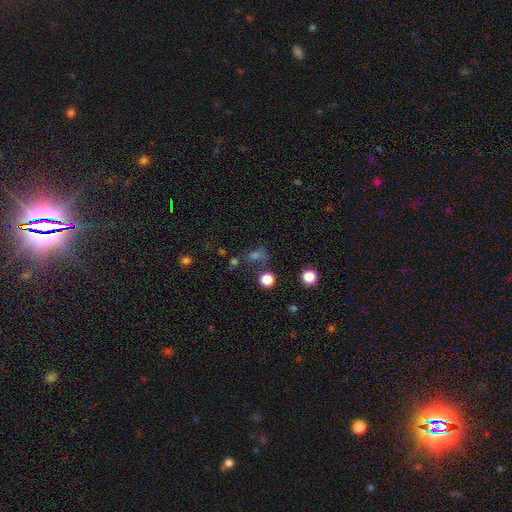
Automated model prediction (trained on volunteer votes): A smooth galaxy with no disk features (48%).

Vote fractions:
- Smooth or featured? smooth: 48% / star or artifact: 38% / featured or disk: 14%
- Merging? none: 54% / minor disturbance: 16% / merger: 16% / major disturbance: 14%